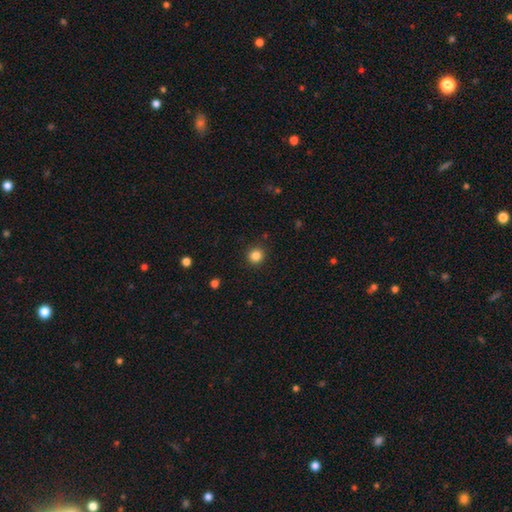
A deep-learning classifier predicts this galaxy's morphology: Smooth or featured?
  - smooth: 85% *
  - star or artifact: 11%
  - featured or disk: 4%
How rounded?
  - round: 92% *
  - in between: 7%
  - cigar-shaped: 1%
Merging?
  - none: 91% *
  - minor disturbance: 6%
  - major disturbance: 2%
  - merger: 1%